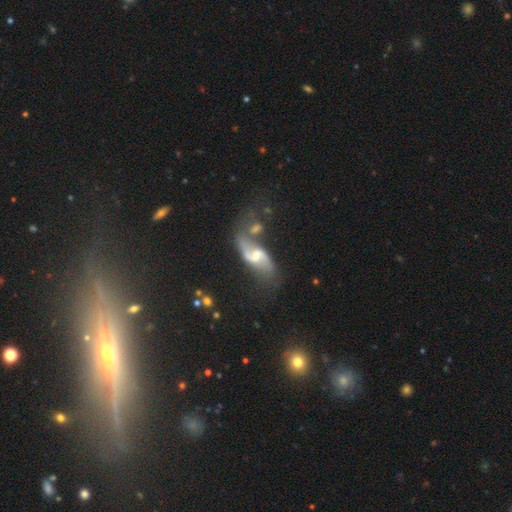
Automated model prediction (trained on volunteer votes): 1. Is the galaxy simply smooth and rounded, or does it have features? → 83% featured or disk, 11% smooth, 6% star or artifact.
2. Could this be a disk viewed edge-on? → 96% no, 4% yes.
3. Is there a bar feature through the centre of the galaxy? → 54% weak, 28% no, 18% strong.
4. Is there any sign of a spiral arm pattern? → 93% yes, 7% no.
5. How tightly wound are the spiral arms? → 78% loose, 18% medium, 4% tight.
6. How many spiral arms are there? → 91% 2, 3% can't tell, 3% 1, 1% 3, 1% 4, 1% more than 4.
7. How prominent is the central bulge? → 43% moderate, 42% small, 8% none, 5% large, 1% dominant.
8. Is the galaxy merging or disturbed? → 44% none, 25% merger, 17% minor disturbance, 13% major disturbance.